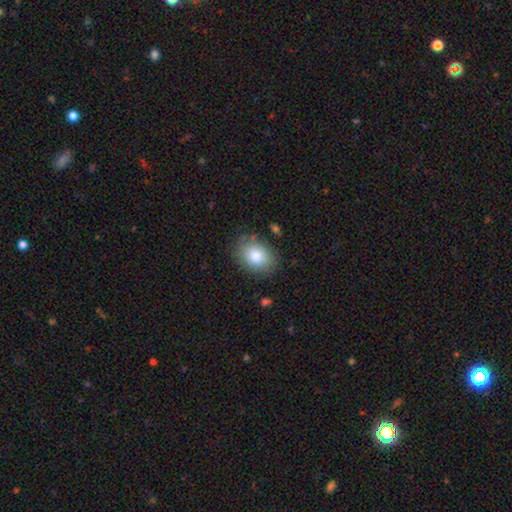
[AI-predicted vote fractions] Smooth or featured?
  - smooth: 82% *
  - featured or disk: 10%
  - star or artifact: 7%
How rounded?
  - in between: 74% *
  - round: 25%
  - cigar-shaped: 1%
Merging?
  - none: 80% *
  - minor disturbance: 14%
  - major disturbance: 4%
  - merger: 2%